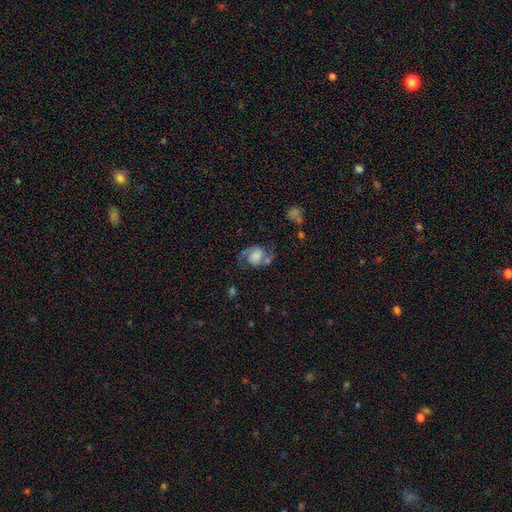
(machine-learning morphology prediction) The model was most divided on "spiral winding": medium: 46%, loose: 41%, tight: 13%. Remaining: edge-on disk — no (98%); spiral arms — yes (94%); spiral arm count — 2 (92%); smooth or featured — featured or disk (73%); bar — no (69%); merging — none (63%); bulge size — large (31%).